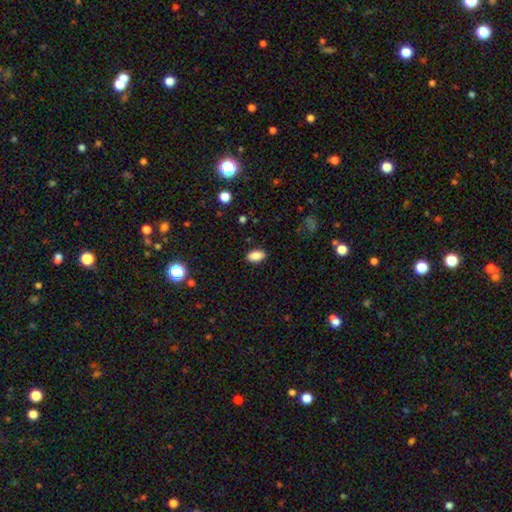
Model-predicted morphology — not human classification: smooth-or-featured: smooth: 87% | star or artifact: 9% | featured or disk: 5%
  how-rounded: in between: 92% | round: 4% | cigar-shaped: 4%
  merging: none: 88% | minor disturbance: 9% | major disturbance: 2% | merger: 1%